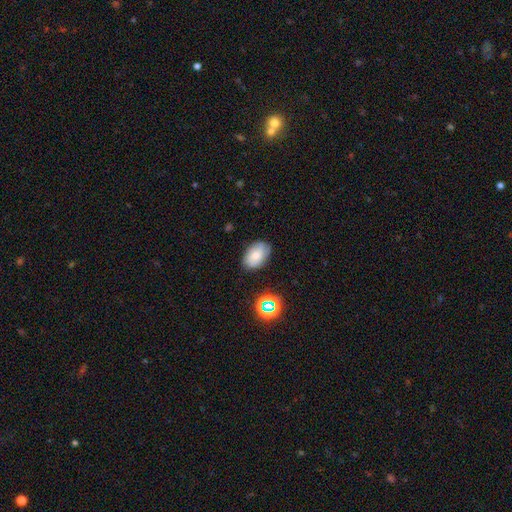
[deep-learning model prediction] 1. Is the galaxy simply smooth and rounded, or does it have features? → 68% smooth, 21% featured or disk, 11% star or artifact.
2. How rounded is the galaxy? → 88% in between, 11% round, 1% cigar-shaped.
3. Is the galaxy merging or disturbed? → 77% none, 17% minor disturbance, 3% major disturbance, 2% merger.